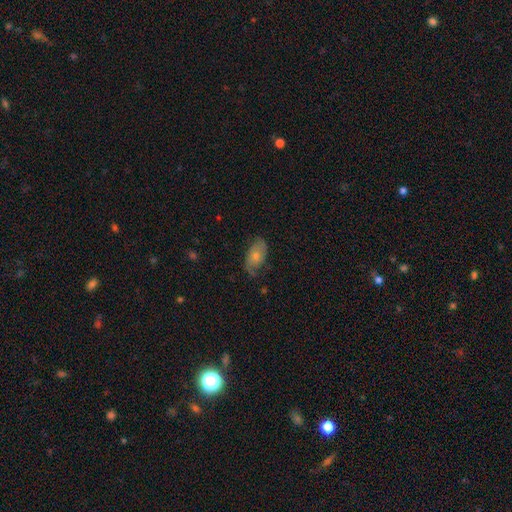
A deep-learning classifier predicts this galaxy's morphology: smooth-or-featured: smooth: 53% | featured or disk: 40% | star or artifact: 7%
  how-rounded: in between: 92% | round: 6% | cigar-shaped: 2%
  merging: none: 64% | minor disturbance: 26% | major disturbance: 9% | merger: 1%